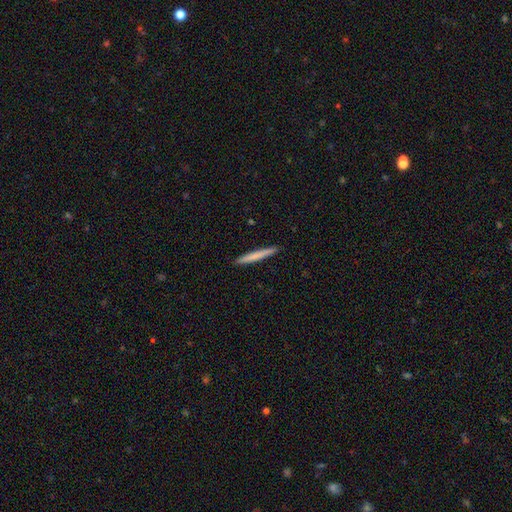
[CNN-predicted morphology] The model was most divided on "smooth or featured": smooth: 72%, featured or disk: 23%, star or artifact: 5%. More confident: how rounded — cigar-shaped (97%); merging — none (92%).